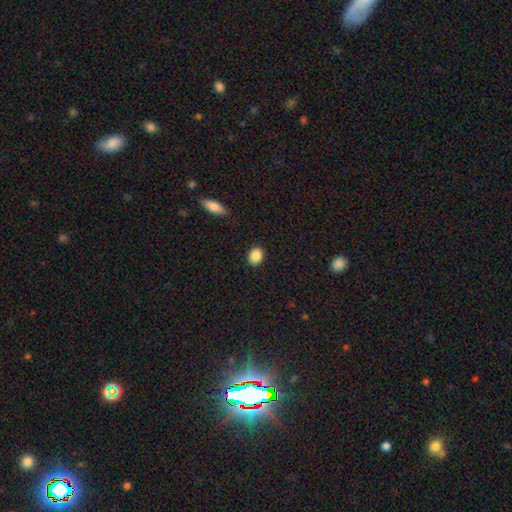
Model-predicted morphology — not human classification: Overall: smooth (88%). How rounded: in between (56%; round 43%). Merging: none (90%).